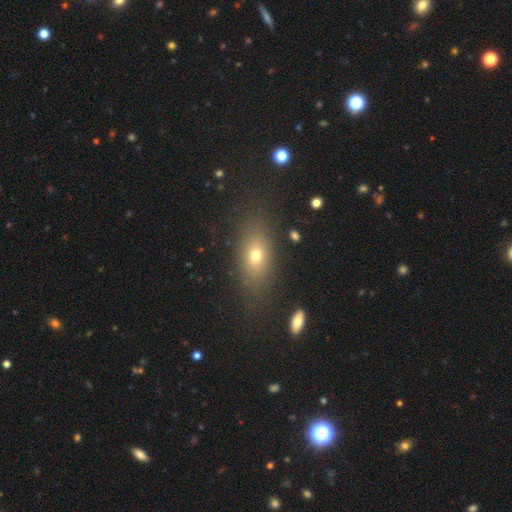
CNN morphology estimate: A smooth galaxy with no disk features (68%) that is in between round and cigar-shaped (74%). Merging: none (80%).